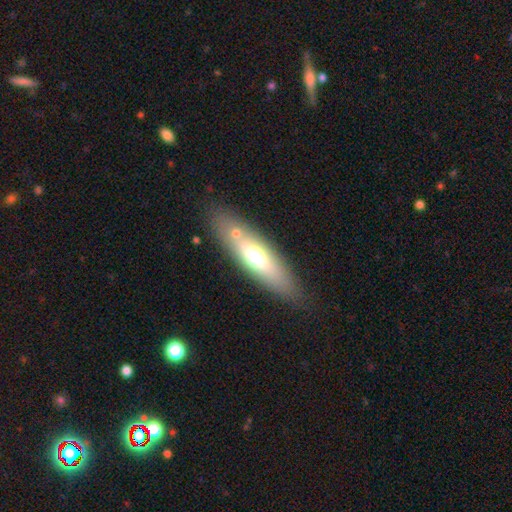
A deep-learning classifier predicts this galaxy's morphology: The model was most divided on "how rounded": in between: 54%, cigar-shaped: 43%, round: 3%. More confident: merging — none (79%); smooth or featured — smooth (56%).